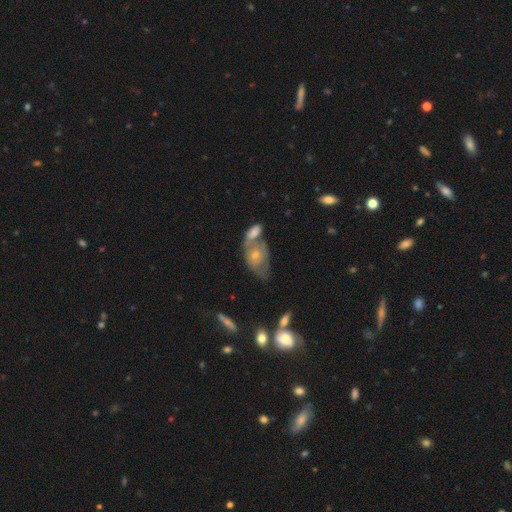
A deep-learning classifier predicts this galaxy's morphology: This appears to be a smooth galaxy with no disk features (53%) that is in between round and cigar-shaped (83%). Merging: merger (51%).